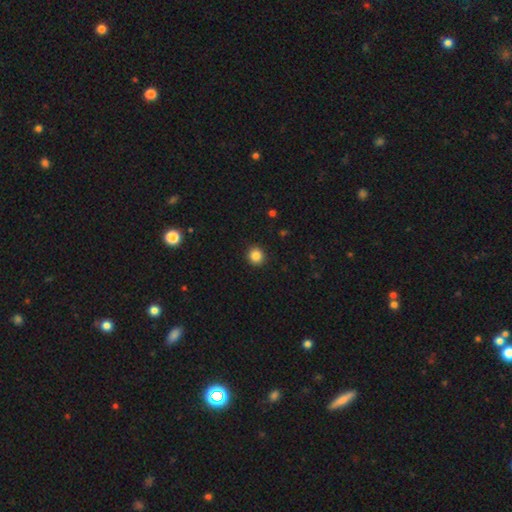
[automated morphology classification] The model was most divided on "smooth or featured": smooth: 85%, star or artifact: 11%, featured or disk: 4%. More confident: merging — none (92%); how rounded — round (92%).